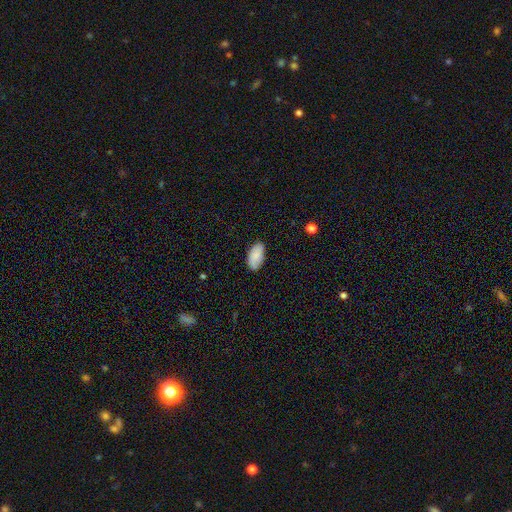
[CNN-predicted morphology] The model was most divided on "merging": none: 82%, minor disturbance: 15%, major disturbance: 2%, merger: 1%. More confident: how rounded — in between (95%); smooth or featured — smooth (86%).